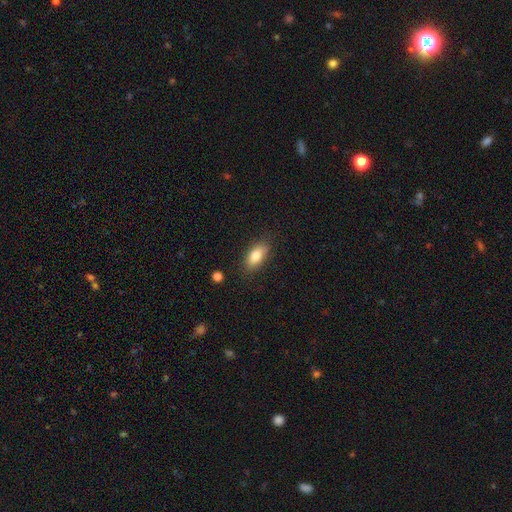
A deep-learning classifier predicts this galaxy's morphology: Smooth or featured? Predicted: smooth (p=0.81). How rounded? Predicted: in between (p=0.87). Merging? Predicted: none (p=0.82).